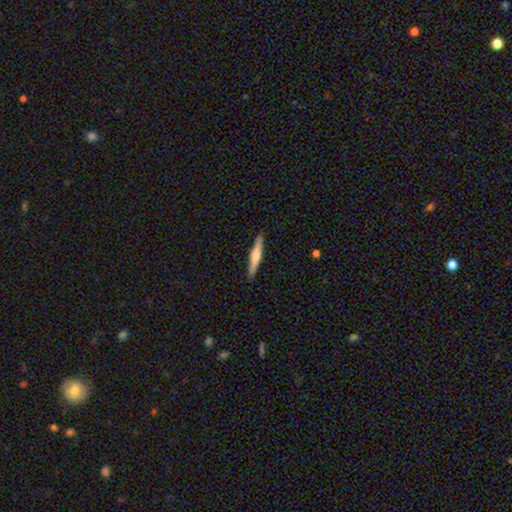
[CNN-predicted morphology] Q: Smooth or featured?
A: featured or disk (51%); runner-up: smooth (44%)
Q: Edge-on disk?
A: yes (97%); runner-up: no (3%)
Q: Merging?
A: none (90%); runner-up: minor disturbance (7%)